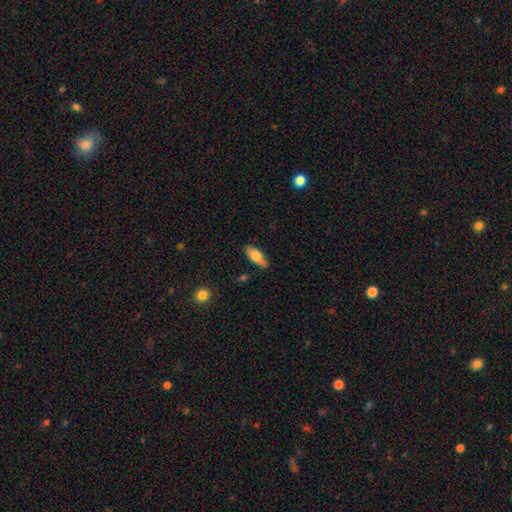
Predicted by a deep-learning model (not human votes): Smooth or featured? smooth (74%)
How rounded? in between (72%)
Merging? none (82%)